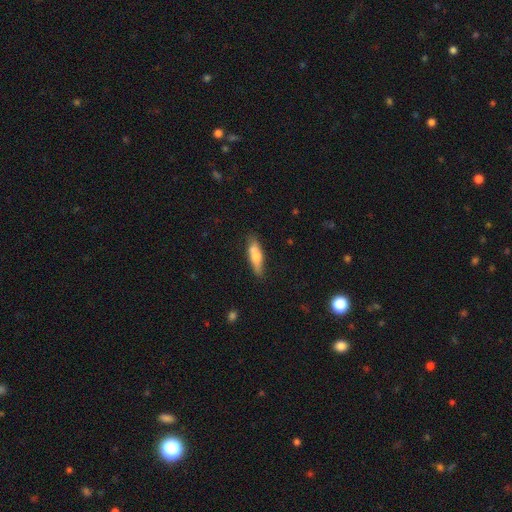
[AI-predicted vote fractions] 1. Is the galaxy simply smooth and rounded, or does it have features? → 63% smooth, 31% featured or disk, 6% star or artifact.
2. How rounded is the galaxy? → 63% cigar-shaped, 35% in between, 2% round.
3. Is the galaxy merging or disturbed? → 78% none, 16% minor disturbance, 3% major disturbance, 3% merger.